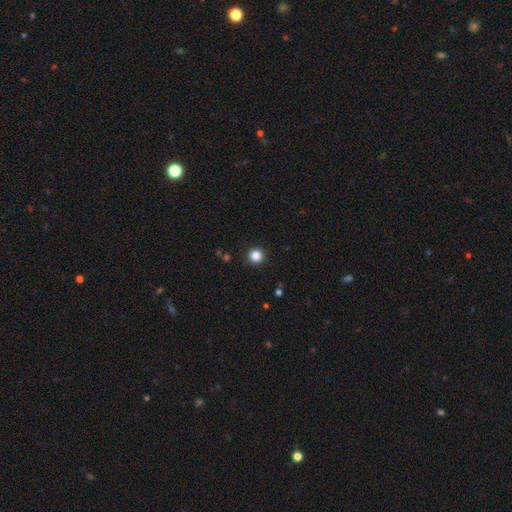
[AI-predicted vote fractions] A smooth galaxy with no disk features (85%) that is round (95%).

Vote fractions:
- Smooth or featured? smooth: 85% / star or artifact: 12% / featured or disk: 4%
- How rounded? round: 95% / in between: 4% / cigar-shaped: 1%
- Merging? none: 93% / minor disturbance: 5% / major disturbance: 2% / merger: 1%